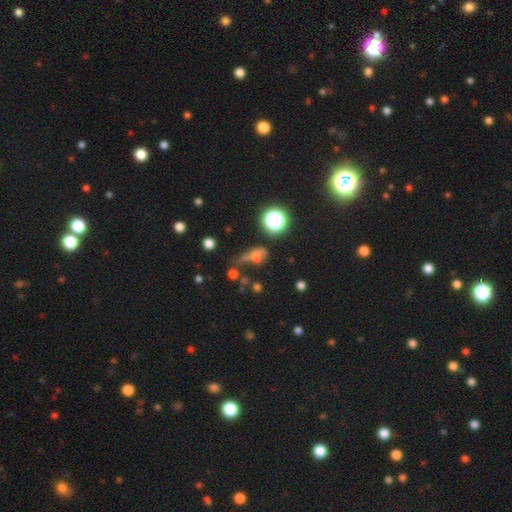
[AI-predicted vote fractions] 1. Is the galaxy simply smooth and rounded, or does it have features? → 54% smooth, 29% star or artifact, 17% featured or disk.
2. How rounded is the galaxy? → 46% in between, 40% round, 13% cigar-shaped.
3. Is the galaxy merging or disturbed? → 35% none, 28% major disturbance, 22% minor disturbance, 15% merger.